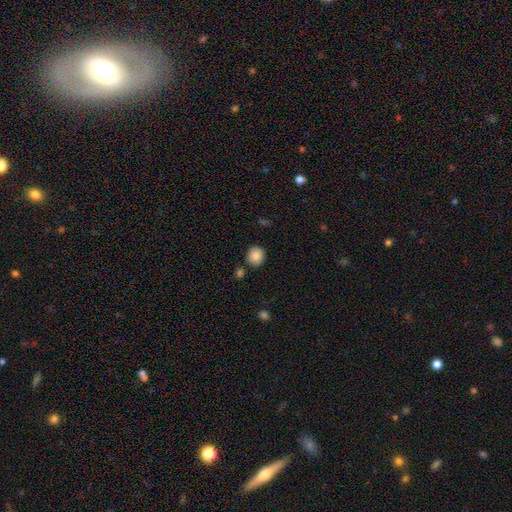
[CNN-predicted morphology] The model was most divided on "how rounded": round: 80%, in between: 19%, cigar-shaped: 1%. More confident: merging — none (85%); smooth or featured — smooth (84%).